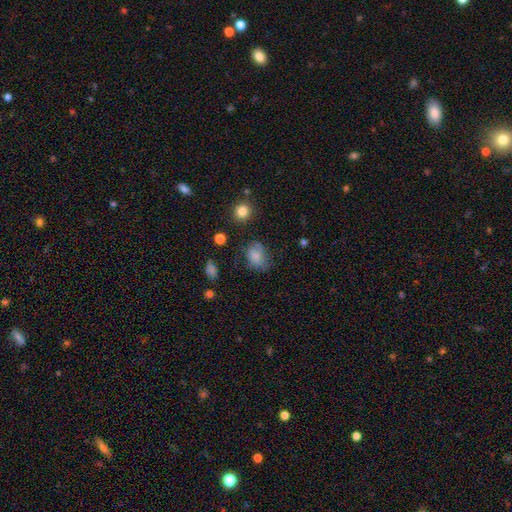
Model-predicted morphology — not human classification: Overall: smooth (75%). How rounded: in between (60%; round 39%). Merging: none (53%; minor disturbance 29%).